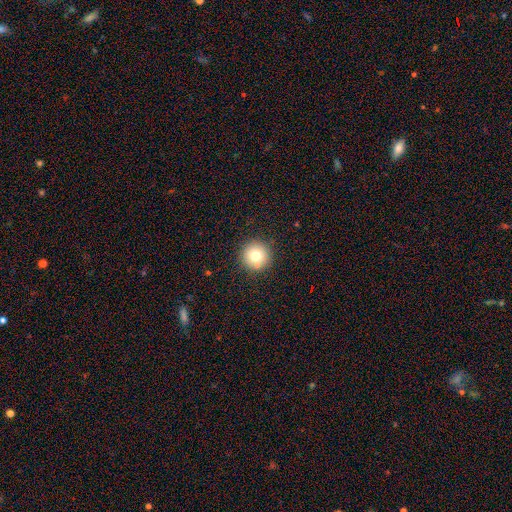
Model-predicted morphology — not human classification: A smooth galaxy with no disk features (74%) that is round (96%).

Vote fractions:
- Smooth or featured? smooth: 74% / featured or disk: 13% / star or artifact: 13%
- How rounded? round: 96% / in between: 3% / cigar-shaped: 1%
- Merging? none: 86% / minor disturbance: 7% / merger: 5% / major disturbance: 2%